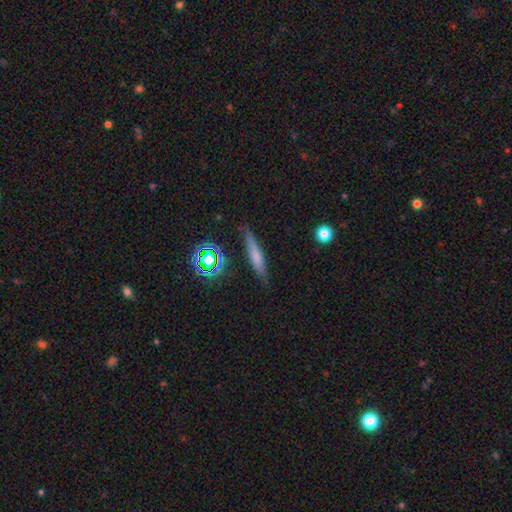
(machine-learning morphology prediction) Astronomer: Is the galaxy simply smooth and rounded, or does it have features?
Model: smooth — 60%.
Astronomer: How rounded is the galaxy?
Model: cigar-shaped — 85%.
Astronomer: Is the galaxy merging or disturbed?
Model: none — 82%.